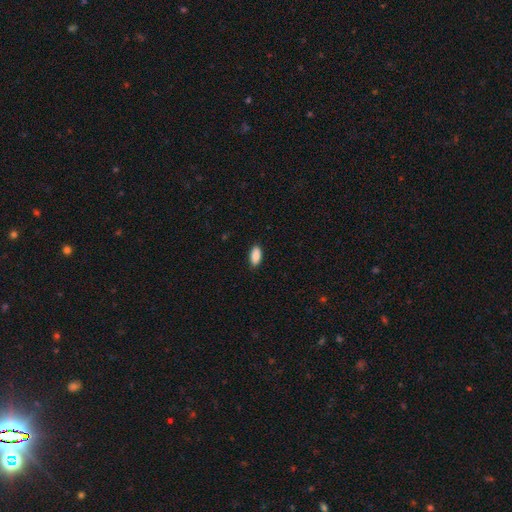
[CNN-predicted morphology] smooth_or_featured: smooth (p=0.89) [alt: star or artifact p=0.06]
how_rounded: in between (p=0.91) [alt: cigar-shaped p=0.06]
merging: none (p=0.87) [alt: minor disturbance p=0.10]